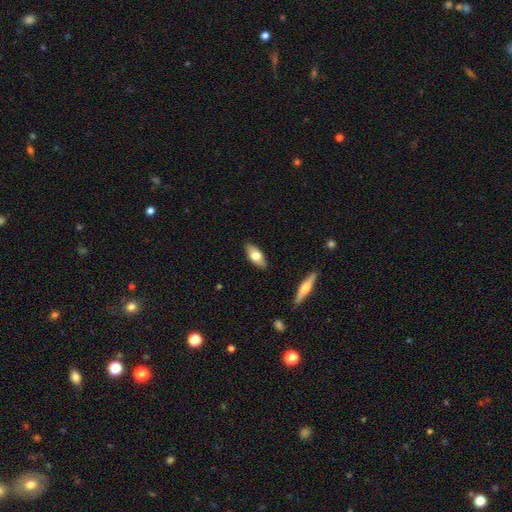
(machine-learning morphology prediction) type=smooth (67%); roundness=in between (82%); merging=none (88%).